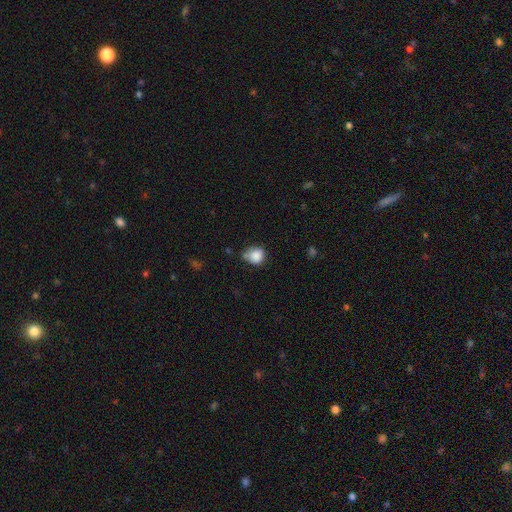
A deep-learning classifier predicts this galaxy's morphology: Smooth or featured? smooth (85%)
How rounded? round (79%)
Merging? none (54%)